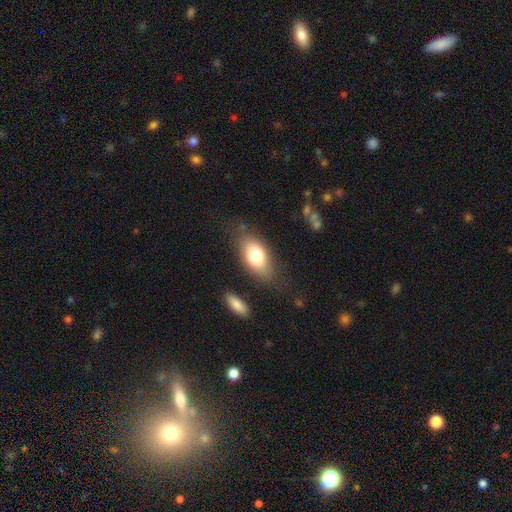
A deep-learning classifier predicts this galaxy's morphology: Q: Smooth or featured?
A: smooth (76%); runner-up: featured or disk (16%)
Q: How rounded?
A: in between (89%); runner-up: round (7%)
Q: Merging?
A: none (72%); runner-up: minor disturbance (17%)